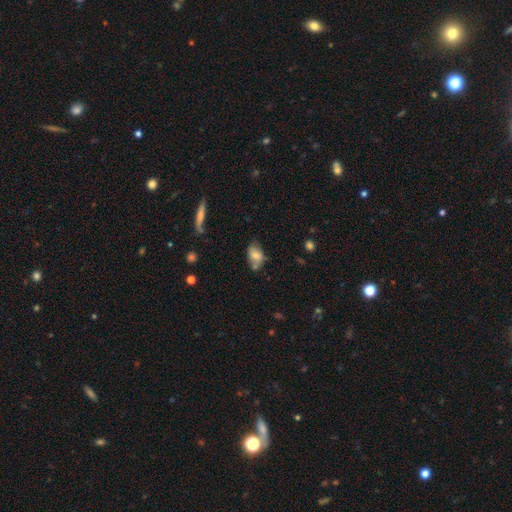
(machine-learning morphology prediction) smooth_or_featured: smooth (p=0.67) [alt: featured or disk p=0.24]
how_rounded: in between (p=0.87) [alt: round p=0.10]
merging: none (p=0.52) [alt: minor disturbance p=0.27]